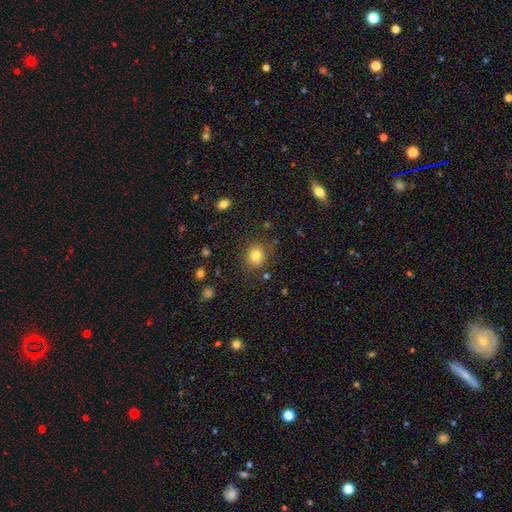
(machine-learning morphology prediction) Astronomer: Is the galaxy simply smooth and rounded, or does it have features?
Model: smooth — 81%.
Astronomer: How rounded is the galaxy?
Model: round — 82%.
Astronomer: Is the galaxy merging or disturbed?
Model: none — 83%.